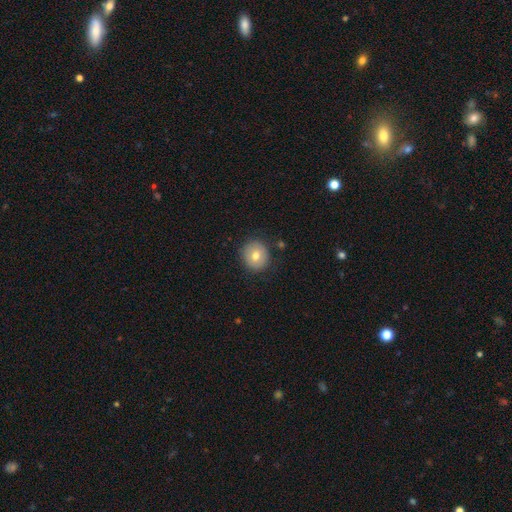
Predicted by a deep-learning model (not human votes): Smooth or featured? Predicted: smooth (p=0.73). How rounded? Predicted: round (p=0.89). Merging? Predicted: none (p=0.86).